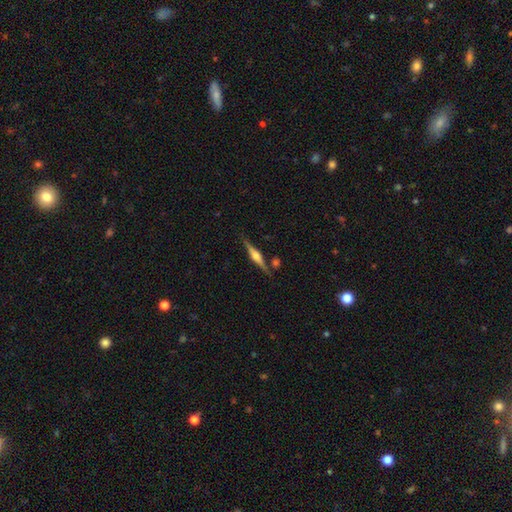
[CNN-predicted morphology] This is likely a featured or disk galaxy (79%). It is clearly viewed edge-on (98%). Edge-on bulge: clearly rounded (90%). Merging: clearly none (83%).